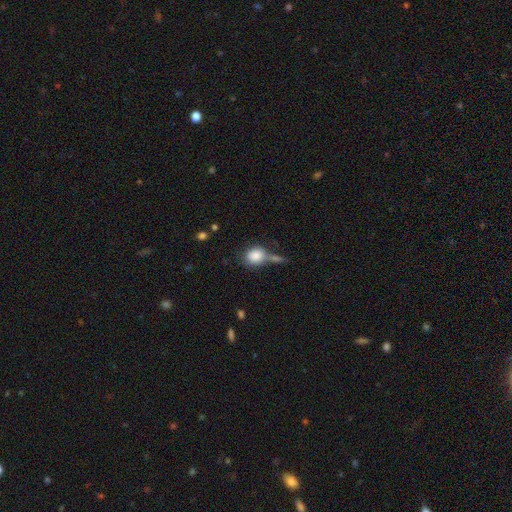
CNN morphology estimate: This is clearly a smooth galaxy (84%). How rounded: likely round (64%). Merging: marginally none (44%).